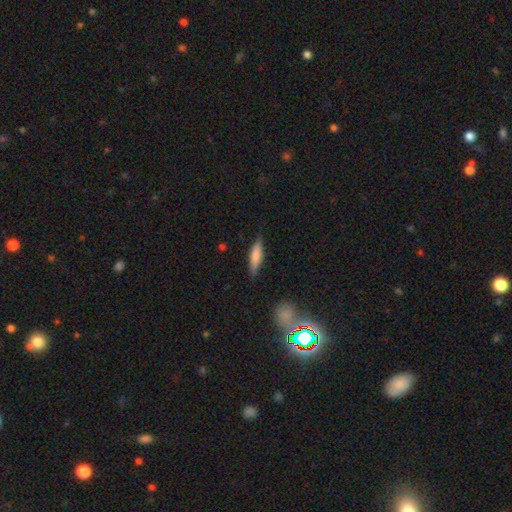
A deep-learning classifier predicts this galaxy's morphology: smooth-or-featured: smooth: 69% | featured or disk: 24% | star or artifact: 6%
  how-rounded: cigar-shaped: 71% | in between: 27% | round: 2%
  merging: none: 83% | minor disturbance: 13% | major disturbance: 3% | merger: 2%